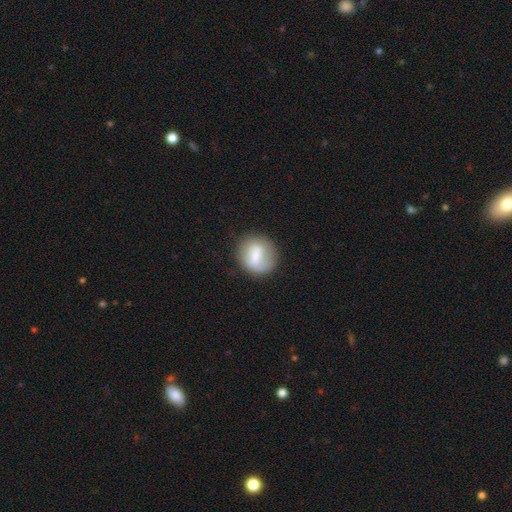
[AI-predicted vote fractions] This appears to be a smooth galaxy with no disk features (63%) that is round (82%). Merging: none (75%).